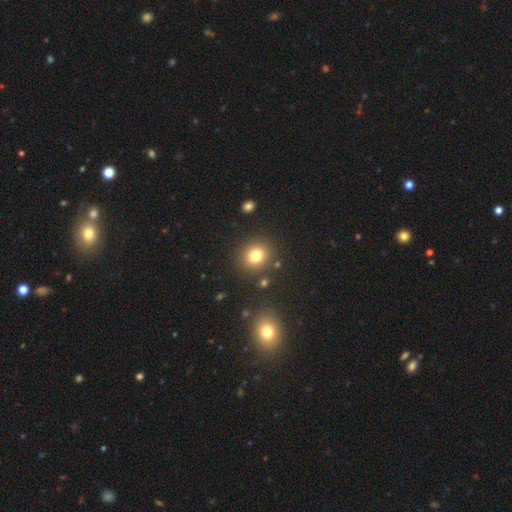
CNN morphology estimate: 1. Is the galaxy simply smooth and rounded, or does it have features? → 78% smooth, 14% star or artifact, 8% featured or disk.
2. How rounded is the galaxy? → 82% round, 17% in between, 1% cigar-shaped.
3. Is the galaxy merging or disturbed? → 86% none, 7% minor disturbance, 4% merger, 3% major disturbance.